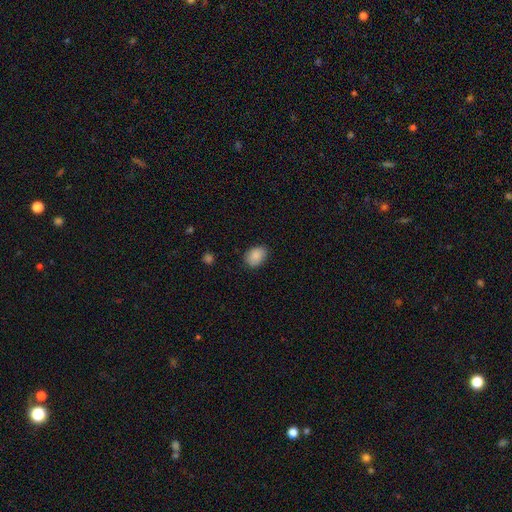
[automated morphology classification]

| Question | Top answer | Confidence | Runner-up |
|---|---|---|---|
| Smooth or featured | smooth | 88% | star or artifact (7%) |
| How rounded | in between | 75% | round (24%) |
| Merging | none | 82% | minor disturbance (14%) |